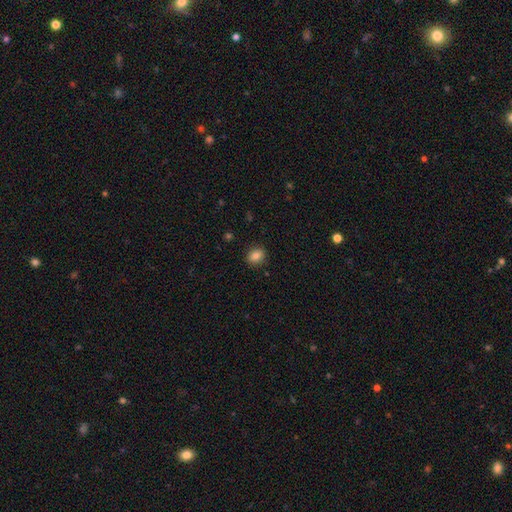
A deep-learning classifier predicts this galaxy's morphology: smooth_or_featured: smooth (p=0.83) [alt: star or artifact p=0.10]
how_rounded: round (p=0.56) [alt: in between p=0.43]
merging: none (p=0.89) [alt: minor disturbance p=0.08]